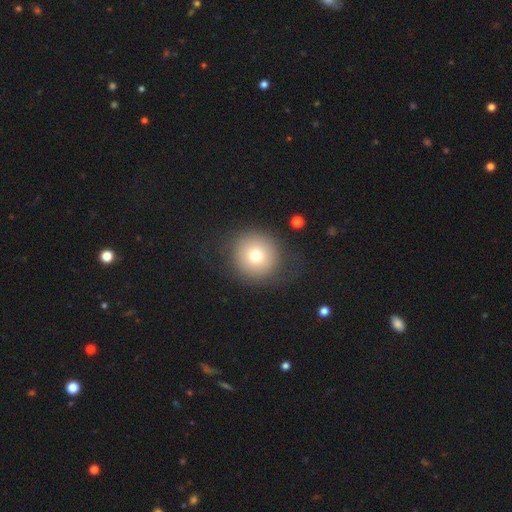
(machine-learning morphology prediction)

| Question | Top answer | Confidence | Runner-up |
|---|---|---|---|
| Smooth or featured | smooth | 70% | featured or disk (19%) |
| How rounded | round | 94% | in between (5%) |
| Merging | none | 73% | minor disturbance (13%) |